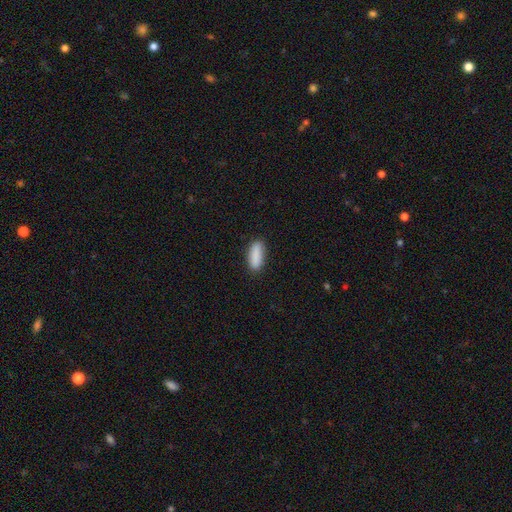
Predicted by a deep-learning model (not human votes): Smooth or featured: smooth — 89% (star or artifact — 7%)
How rounded: in between — 66% (cigar-shaped — 32%)
Merging: none — 85% (minor disturbance — 11%)